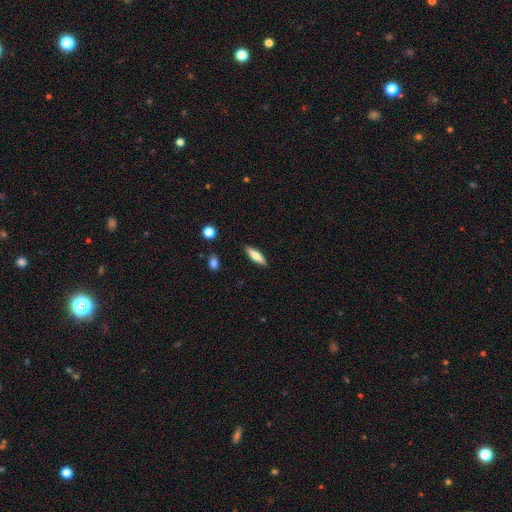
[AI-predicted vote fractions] smooth 62%, featured or disk 31%, star or artifact 7%. Down the decision tree: how rounded — cigar-shaped (63%); merging — none (88%).